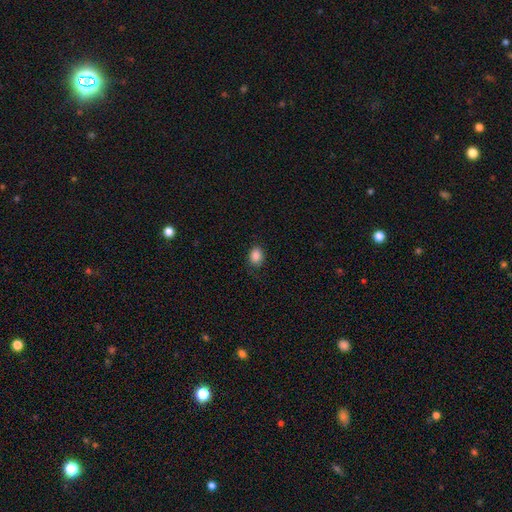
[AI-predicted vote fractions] Q: Smooth or featured?
A: smooth (87%); runner-up: star or artifact (9%)
Q: How rounded?
A: in between (61%); runner-up: round (38%)
Q: Merging?
A: none (82%); runner-up: minor disturbance (14%)